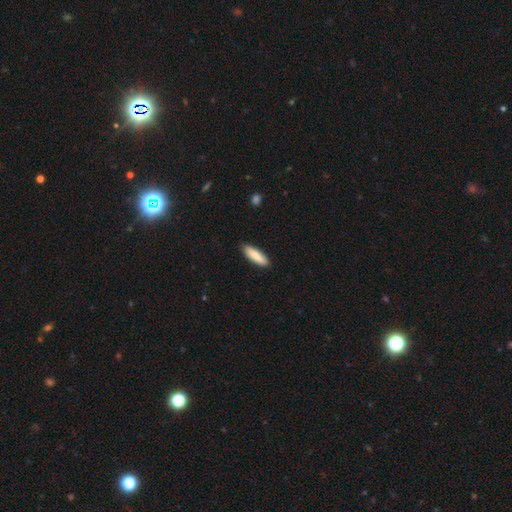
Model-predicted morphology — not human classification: smooth-or-featured: smooth: 83% | featured or disk: 11% | star or artifact: 5%
  how-rounded: cigar-shaped: 60% | in between: 39% | round: 1%
  merging: none: 88% | minor disturbance: 9% | major disturbance: 2% | merger: 1%